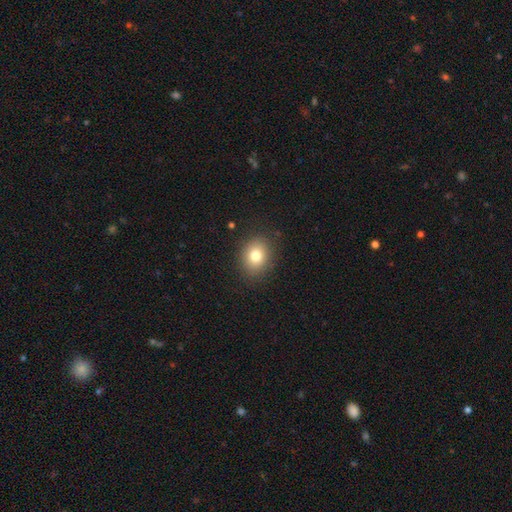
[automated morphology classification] smooth 79%, star or artifact 11%, featured or disk 10%. Down the decision tree: how rounded — round (55%); merging — none (87%).